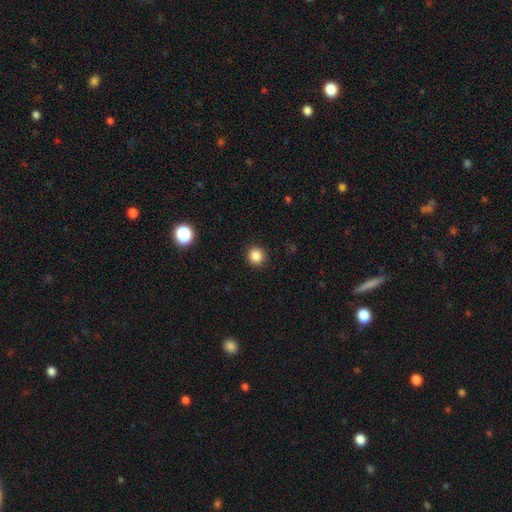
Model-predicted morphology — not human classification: Smooth or featured? Predicted: smooth (p=0.86). How rounded? Predicted: round (p=0.91). Merging? Predicted: none (p=0.91).